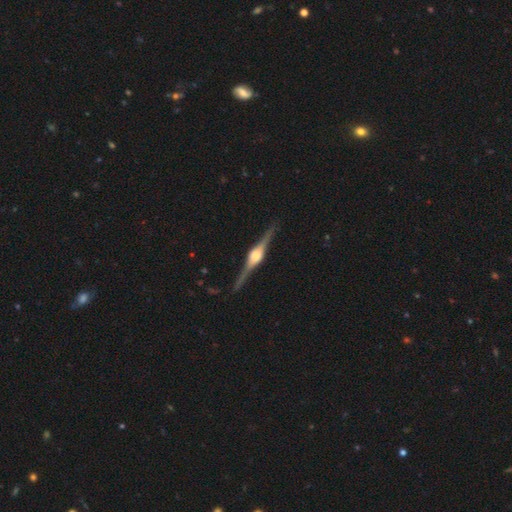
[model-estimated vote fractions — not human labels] smooth_or_featured: featured or disk (p=0.89) [alt: smooth p=0.06]
disk_edge_on: yes (p=0.98) [alt: no p=0.02]
edge_on_bulge: rounded (p=0.87) [alt: boxy p=0.11]
merging: none (p=0.90) [alt: minor disturbance p=0.07]